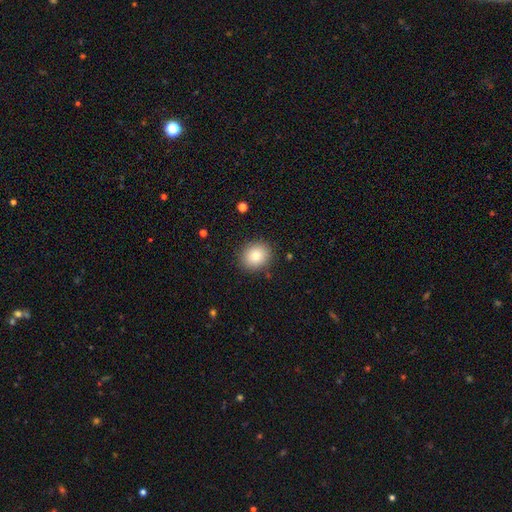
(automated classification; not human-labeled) This appears to be a smooth galaxy with no disk features (80%) that is round (72%). Merging: none (88%).